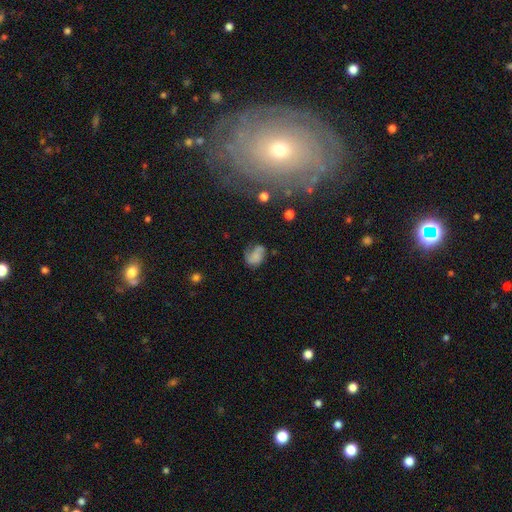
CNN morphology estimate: A smooth galaxy with no disk features (55%) that is in between round and cigar-shaped (74%).

Vote fractions:
- Smooth or featured? smooth: 55% / featured or disk: 33% / star or artifact: 12%
- How rounded? in between: 74% / round: 24% / cigar-shaped: 2%
- Merging? none: 43% / minor disturbance: 30% / major disturbance: 21% / merger: 5%